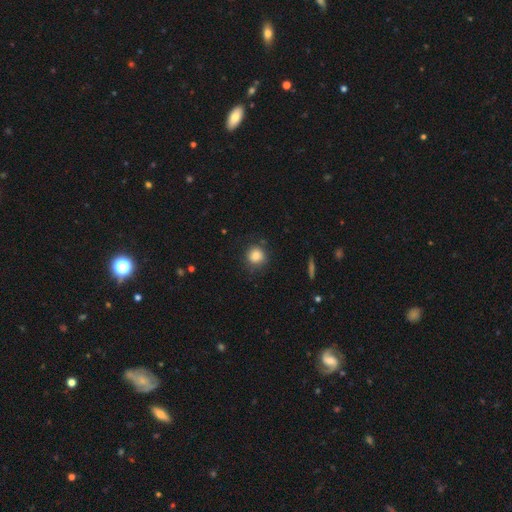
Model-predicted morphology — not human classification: smooth_or_featured: smooth (p=0.84) [alt: star or artifact p=0.10]
how_rounded: round (p=0.89) [alt: in between p=0.10]
merging: none (p=0.79) [alt: minor disturbance p=0.15]